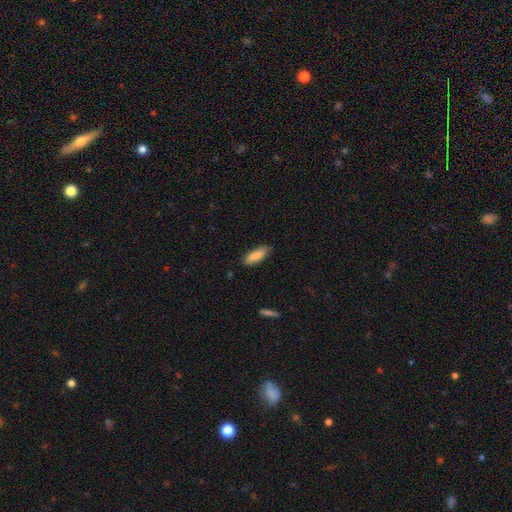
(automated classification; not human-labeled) Smooth or featured? smooth (84%)
How rounded? in between (67%)
Merging? none (80%)